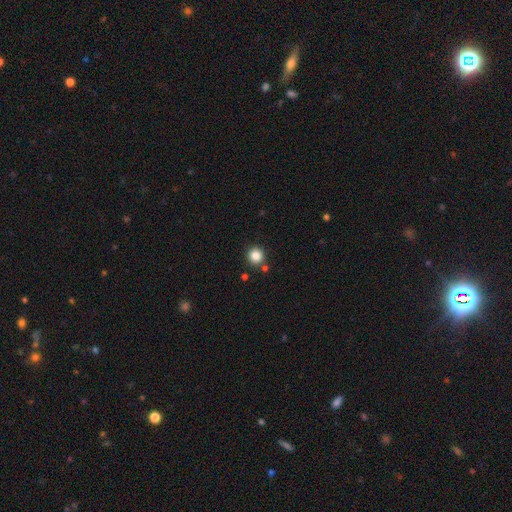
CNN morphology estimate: This is clearly a smooth galaxy (84%). How rounded: clearly round (94%). Merging: clearly none (86%).